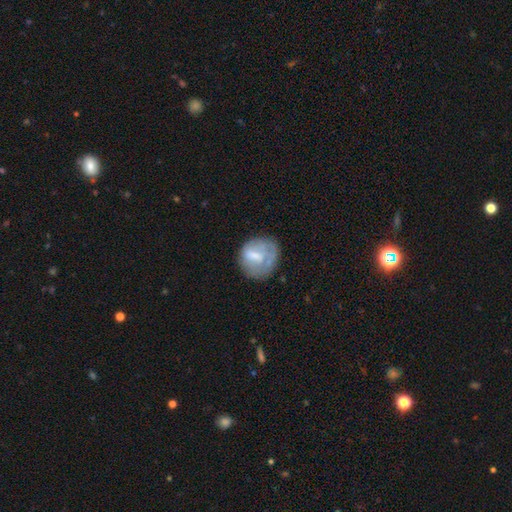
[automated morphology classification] Q: Smooth or featured?
A: smooth (57%); runner-up: featured or disk (36%)
Q: How rounded?
A: round (78%); runner-up: in between (21%)
Q: Merging?
A: none (56%); runner-up: minor disturbance (24%)